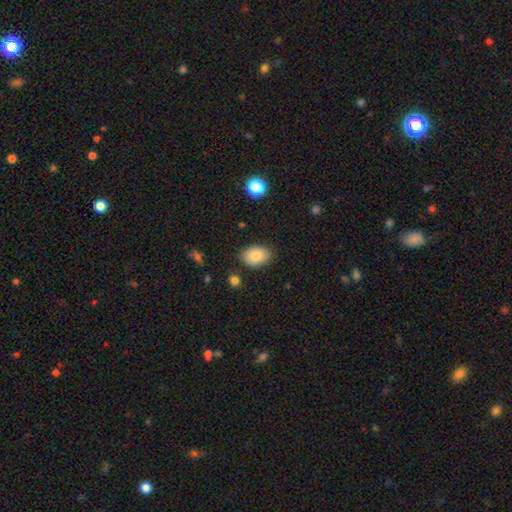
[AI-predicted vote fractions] Smooth or featured? Predicted: smooth (p=0.84). How rounded? Predicted: in between (p=0.81). Merging? Predicted: none (p=0.82).